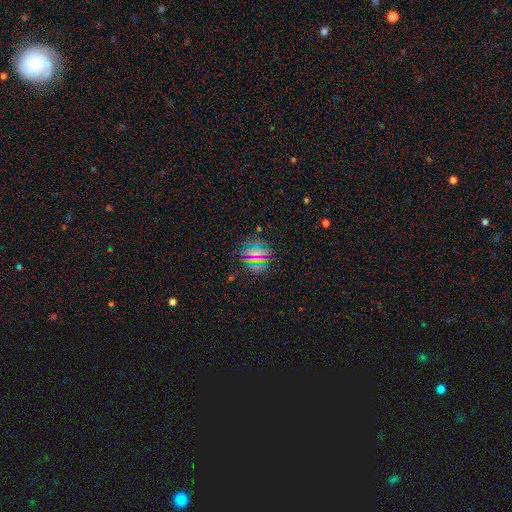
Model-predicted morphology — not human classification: This appears to be a smooth galaxy with no disk features (42%). Merging: none (81%).